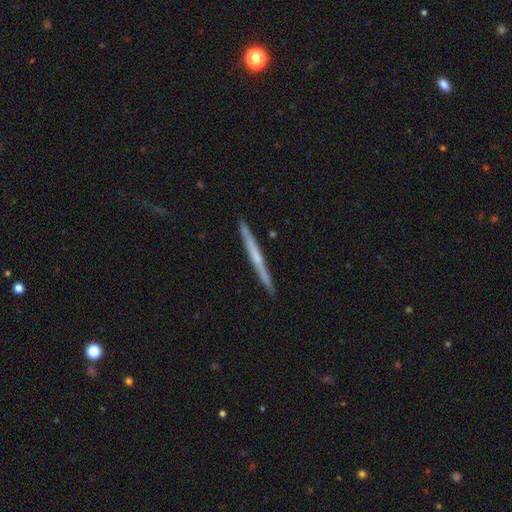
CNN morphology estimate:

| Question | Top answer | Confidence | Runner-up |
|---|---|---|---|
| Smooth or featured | featured or disk | 62% | smooth (32%) |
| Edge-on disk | yes | 98% | no (2%) |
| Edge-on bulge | none | 67% | rounded (27%) |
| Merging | none | 92% | minor disturbance (6%) |